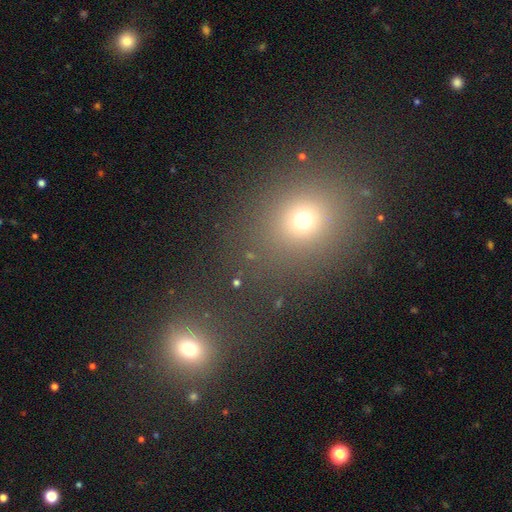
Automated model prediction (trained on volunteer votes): smooth 57%, star or artifact 34%, featured or disk 8%. Down the decision tree: how rounded — round (71%); merging — none (75%).